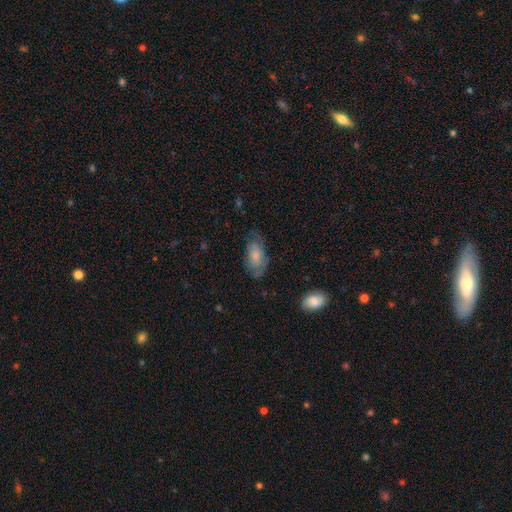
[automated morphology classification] Smooth or featured? smooth (69%)
How rounded? in between (92%)
Merging? none (60%)